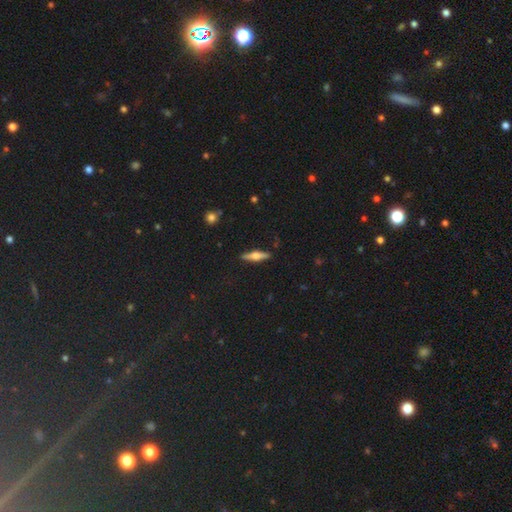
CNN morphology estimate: A featured or disk galaxy (57%) viewed edge-on (96%) with a rounded central bulge (90%). Merging: none (89%).